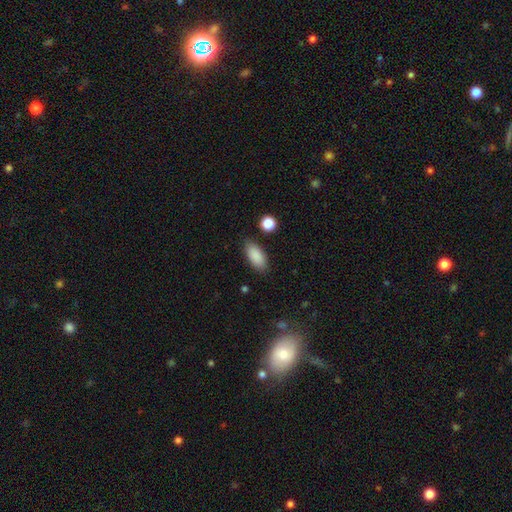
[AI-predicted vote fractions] This is clearly a smooth galaxy (88%). How rounded: clearly in between (88%). Merging: clearly none (83%).